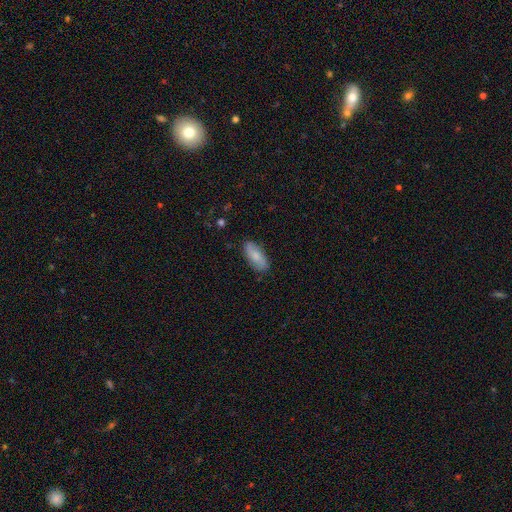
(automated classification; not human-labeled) Smooth or featured: smooth — 70% (featured or disk — 24%)
How rounded: in between — 85% (cigar-shaped — 12%)
Merging: none — 83% (minor disturbance — 13%)